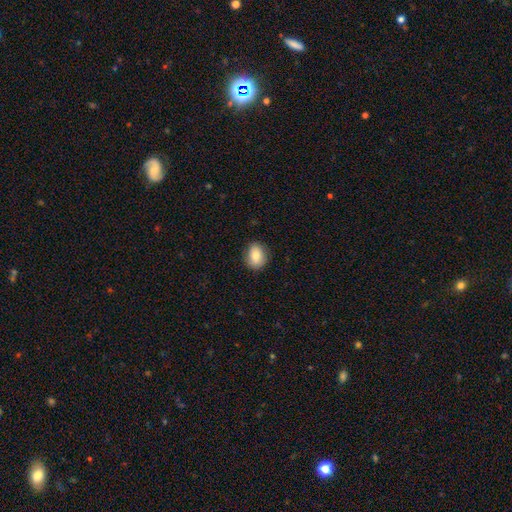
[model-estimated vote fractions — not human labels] smooth_or_featured: smooth (p=0.81) [alt: featured or disk p=0.11]
how_rounded: in between (p=0.53) [alt: round p=0.46]
merging: none (p=0.85) [alt: minor disturbance p=0.12]